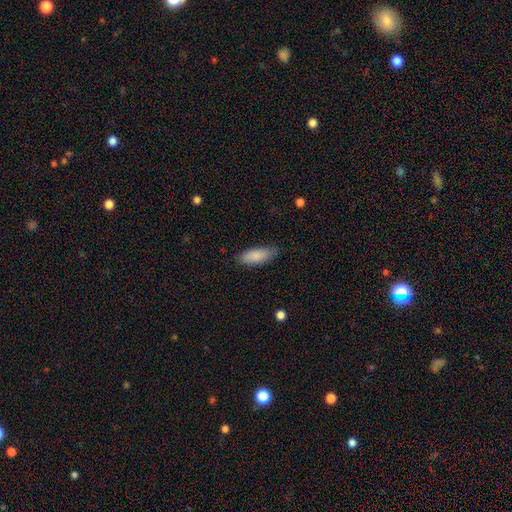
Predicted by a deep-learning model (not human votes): Morphology: type=smooth (87%); roundness=in between (75%); merging=none (81%).